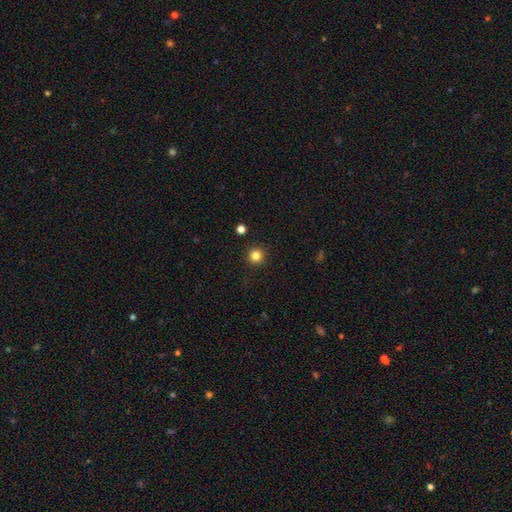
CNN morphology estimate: Smooth or featured? smooth (83%)
How rounded? round (96%)
Merging? none (92%)